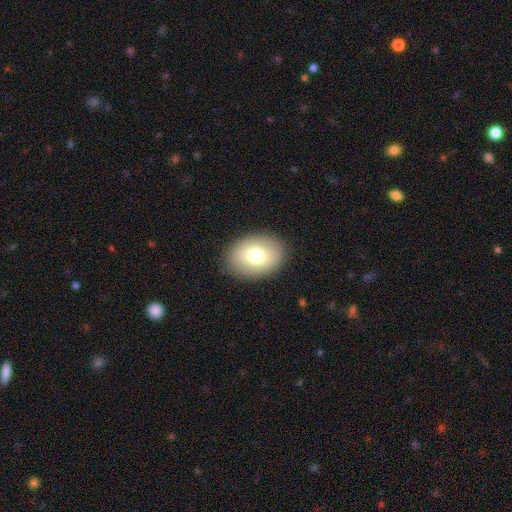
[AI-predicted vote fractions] Smooth or featured? Predicted: smooth (p=0.76). How rounded? Predicted: in between (p=0.75). Merging? Predicted: none (p=0.88).